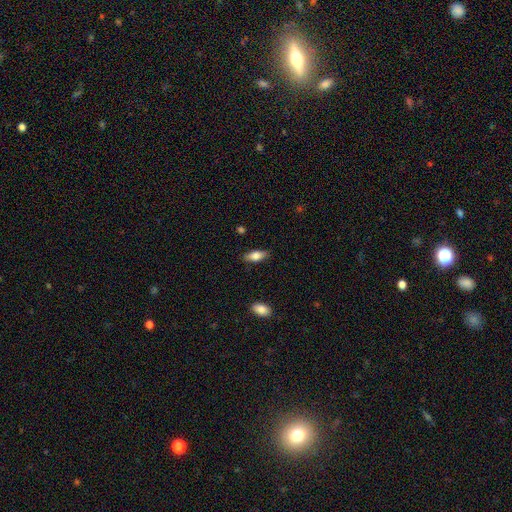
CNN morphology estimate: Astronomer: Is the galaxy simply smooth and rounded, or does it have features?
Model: smooth — 75%.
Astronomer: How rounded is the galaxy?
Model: in between — 79%.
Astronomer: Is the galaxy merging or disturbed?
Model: none — 85%.